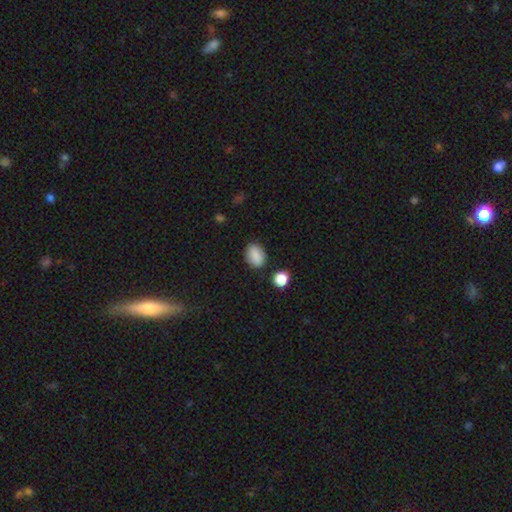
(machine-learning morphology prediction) Smooth or featured? Predicted: smooth (p=0.87). How rounded? Predicted: in between (p=0.76). Merging? Predicted: none (p=0.80).